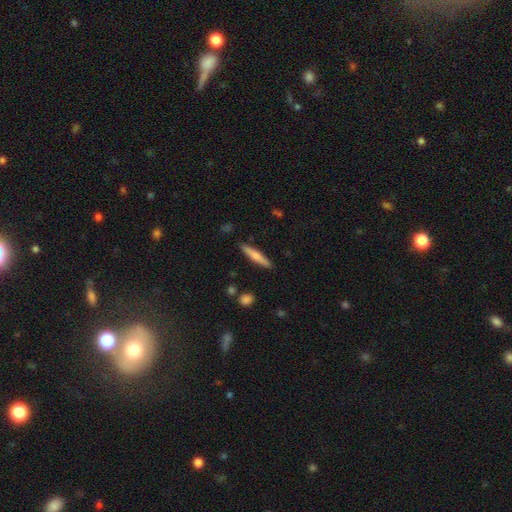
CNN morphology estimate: Smooth or featured?
  - smooth: 60% *
  - featured or disk: 34%
  - star or artifact: 6%
How rounded?
  - cigar-shaped: 91% *
  - in between: 7%
  - round: 2%
Merging?
  - none: 89% *
  - minor disturbance: 8%
  - major disturbance: 2%
  - merger: 2%